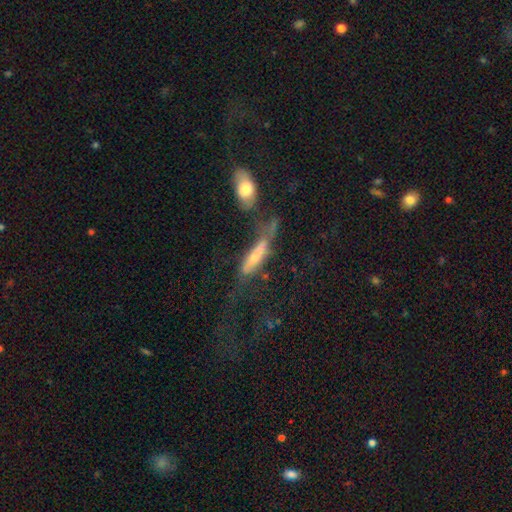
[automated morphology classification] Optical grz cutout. It shows a smooth galaxy with no disk features (55%) that is cigar-shaped (67%). Merging: merger (28%, tied with none).